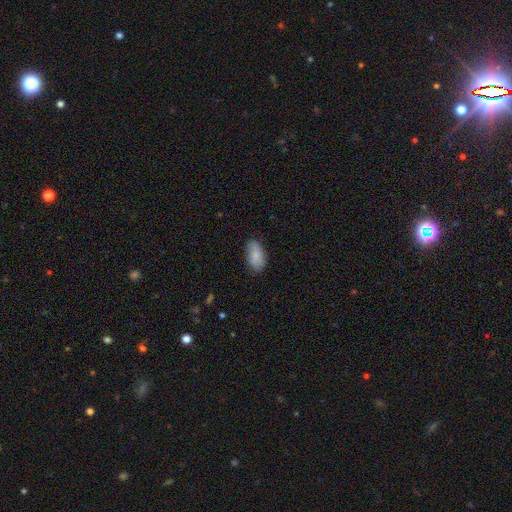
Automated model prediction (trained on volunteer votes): smooth-or-featured: smooth: 82% | featured or disk: 12% | star or artifact: 6%
  how-rounded: in between: 93% | cigar-shaped: 4% | round: 3%
  merging: none: 81% | minor disturbance: 15% | major disturbance: 3% | merger: 1%